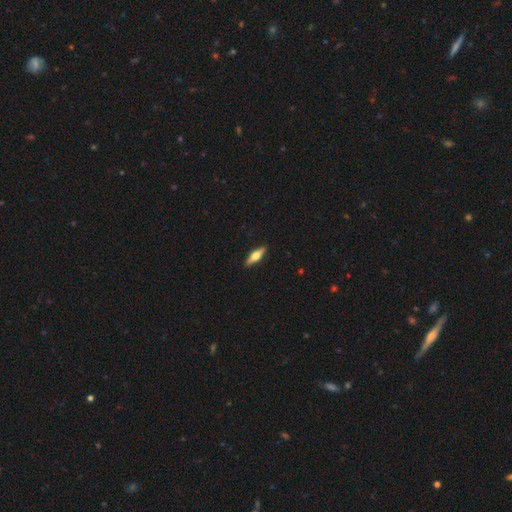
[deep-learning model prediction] Smooth or featured? featured or disk (54%)
Edge-on disk? yes (94%)
Edge-on bulge? rounded (94%)
Merging? none (91%)